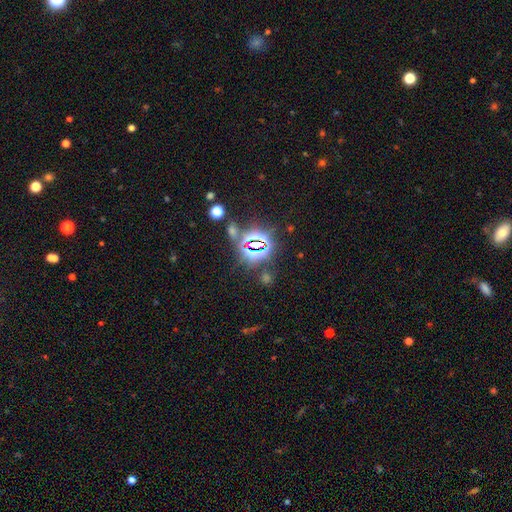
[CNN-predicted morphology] This appears to be a star or artifact, not a galaxy (82%).